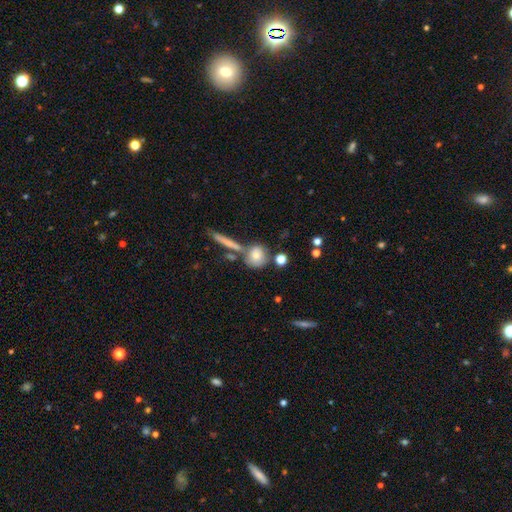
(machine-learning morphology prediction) This appears to be a smooth galaxy with no disk features (76%) that is round (74%). Merging: none (59%).